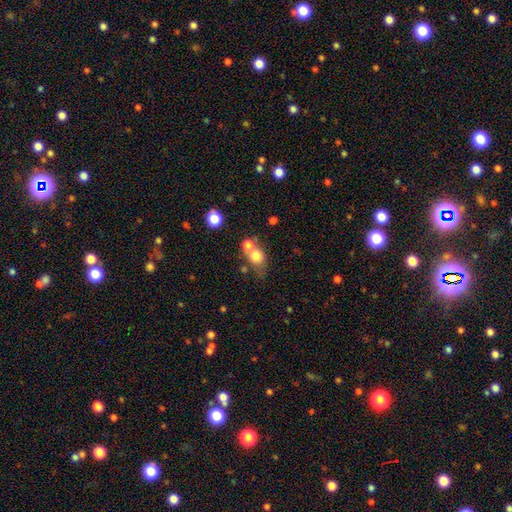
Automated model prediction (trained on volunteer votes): smooth-or-featured: smooth: 75% | featured or disk: 13% | star or artifact: 11%
  how-rounded: round: 66% | in between: 32% | cigar-shaped: 2%
  merging: none: 43% | merger: 40% | minor disturbance: 11% | major disturbance: 6%